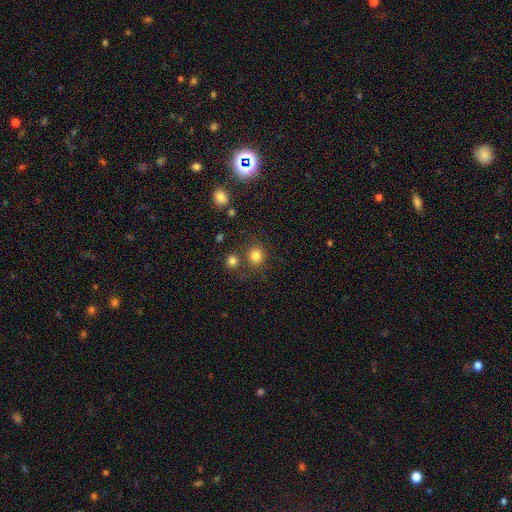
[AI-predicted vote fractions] Smooth or featured? Predicted: smooth (p=0.81). How rounded? Predicted: round (p=0.85). Merging? Predicted: none (p=0.73).